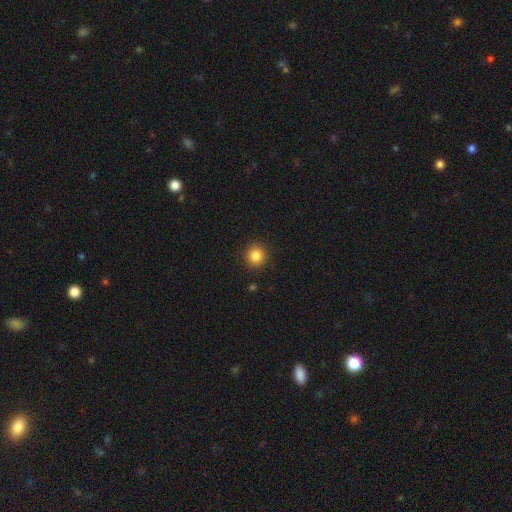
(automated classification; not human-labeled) Smooth or featured?
  - smooth: 85% *
  - star or artifact: 11%
  - featured or disk: 4%
How rounded?
  - round: 92% *
  - in between: 7%
  - cigar-shaped: 1%
Merging?
  - none: 91% *
  - minor disturbance: 6%
  - major disturbance: 2%
  - merger: 1%